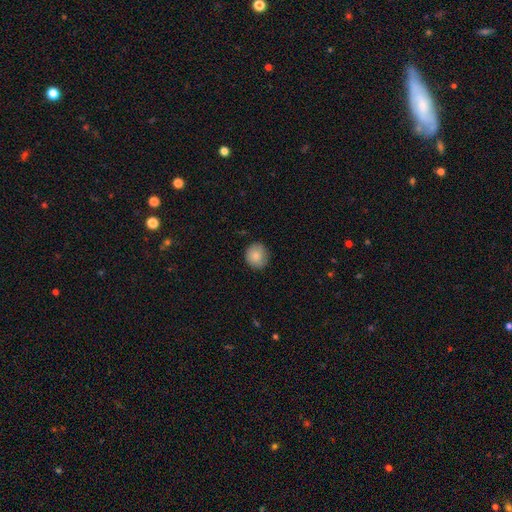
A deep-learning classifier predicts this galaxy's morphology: The model was most divided on "merging": none: 84%, minor disturbance: 12%, major disturbance: 2%, merger: 1%. More confident: how rounded — round (88%); smooth or featured — smooth (85%).